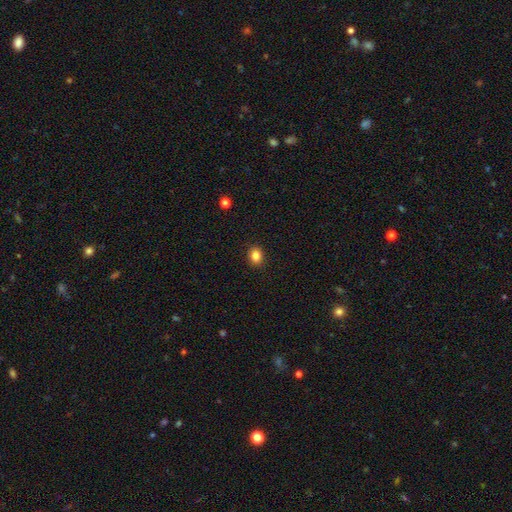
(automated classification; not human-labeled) smooth-or-featured: smooth: 85% | star or artifact: 11% | featured or disk: 5%
  how-rounded: round: 54% | in between: 45% | cigar-shaped: 1%
  merging: none: 91% | minor disturbance: 6% | major disturbance: 2% | merger: 1%